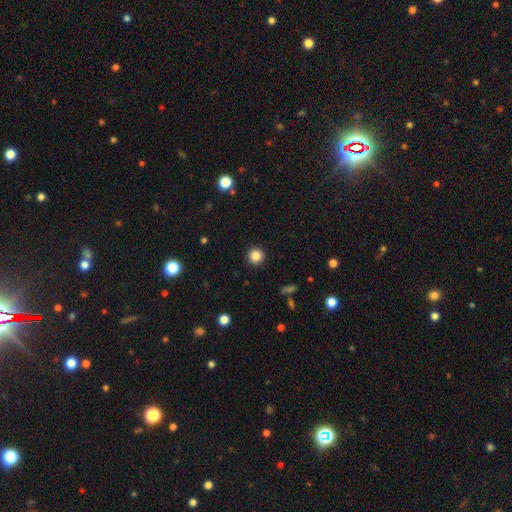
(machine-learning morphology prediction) Smooth or featured? smooth (85%)
How rounded? round (95%)
Merging? none (92%)